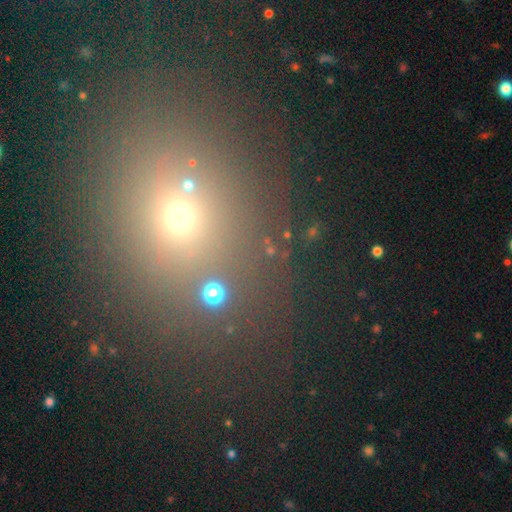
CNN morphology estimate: This is possibly a smooth galaxy (52%). How rounded: possibly round (55%). Merging: likely none (80%).